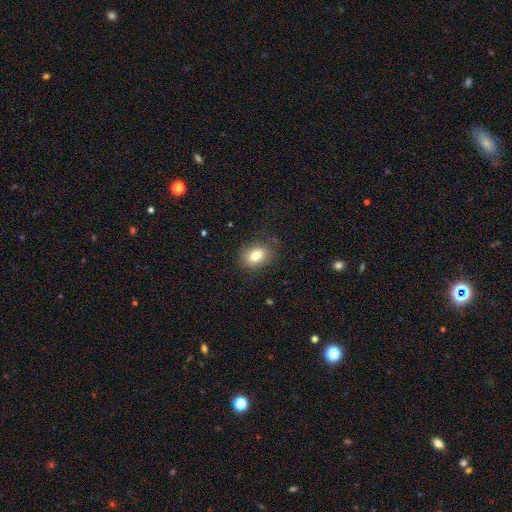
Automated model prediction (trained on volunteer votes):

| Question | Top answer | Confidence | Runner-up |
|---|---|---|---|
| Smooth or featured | smooth | 79% | featured or disk (11%) |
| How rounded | in between | 64% | round (35%) |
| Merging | none | 85% | minor disturbance (11%) |